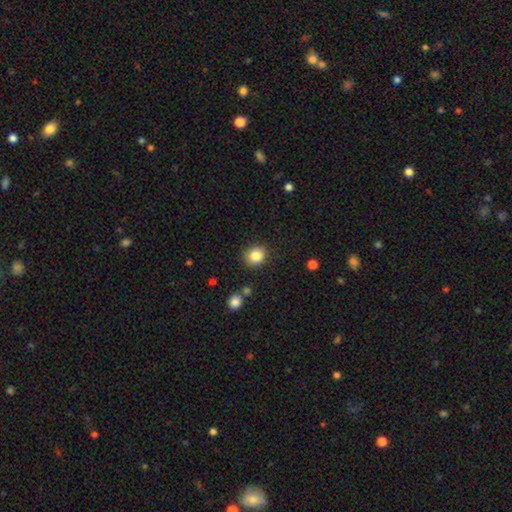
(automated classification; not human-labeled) Overall: smooth (85%). How rounded: round (81%). Merging: none (86%).